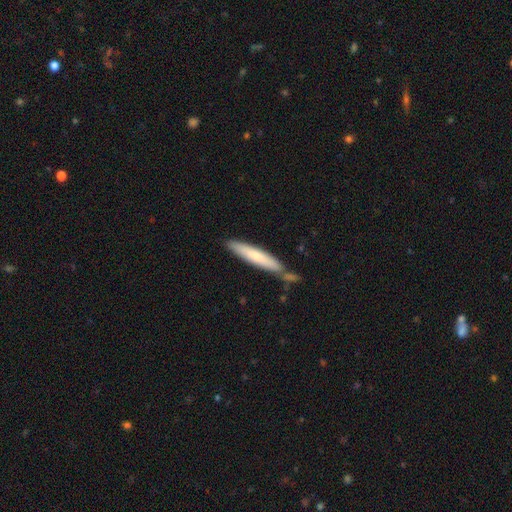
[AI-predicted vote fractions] Smooth or featured: smooth — 68% (featured or disk — 27%)
How rounded: cigar-shaped — 91% (in between — 8%)
Merging: none — 68% (minor disturbance — 16%)